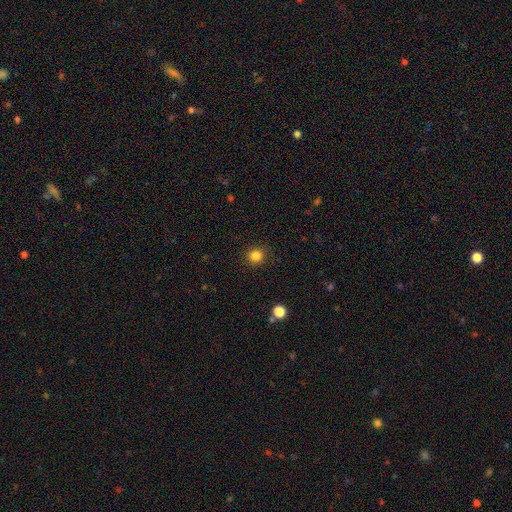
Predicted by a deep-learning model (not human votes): A smooth galaxy with no disk features (83%) that is round (90%). Merging: none (89%).